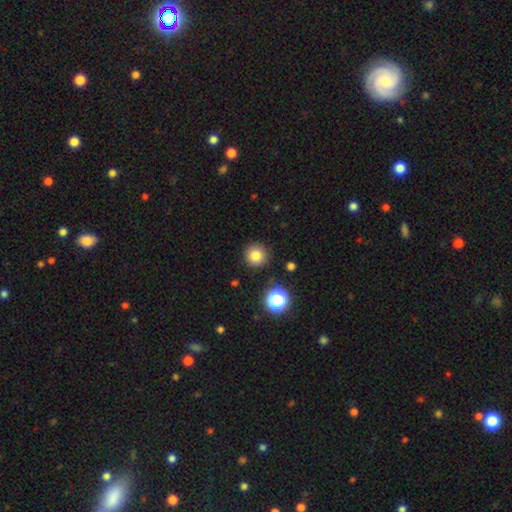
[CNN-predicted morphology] The model was most divided on "smooth or featured": smooth: 80%, star or artifact: 13%, featured or disk: 7%. More confident: how rounded — round (95%); merging — none (89%).